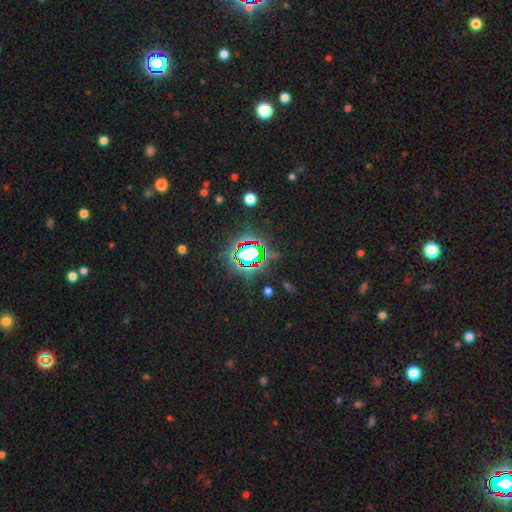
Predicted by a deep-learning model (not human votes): Smooth or featured?
  - star or artifact: 79% *
  - smooth: 13%
  - featured or disk: 9%